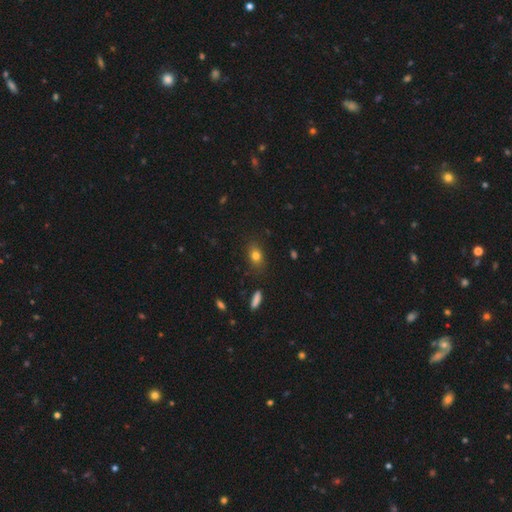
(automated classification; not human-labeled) Morphology: type=smooth (79%); roundness=in between (73%); merging=none (82%).